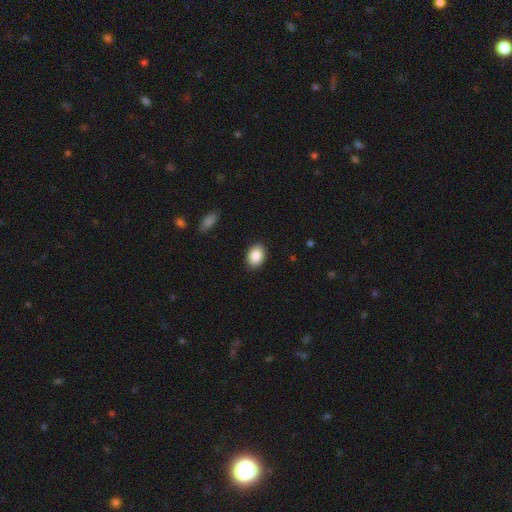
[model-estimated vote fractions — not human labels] smooth 88%, star or artifact 7%, featured or disk 5%. Down the decision tree: how rounded — in between (80%); merging — none (89%).